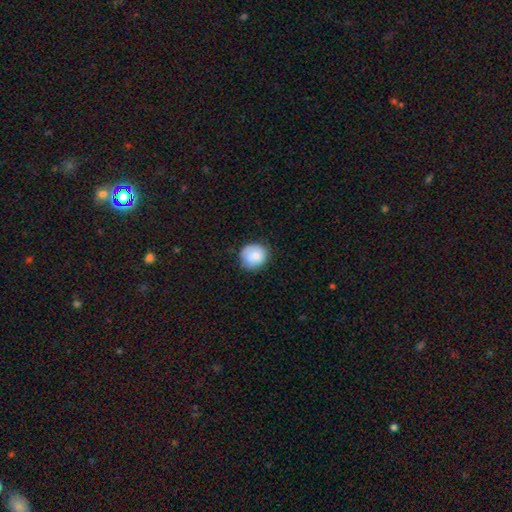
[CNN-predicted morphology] smooth-or-featured: smooth: 82% | featured or disk: 10% | star or artifact: 8%
  how-rounded: round: 87% | in between: 12% | cigar-shaped: 1%
  merging: none: 77% | minor disturbance: 18% | major disturbance: 4% | merger: 1%